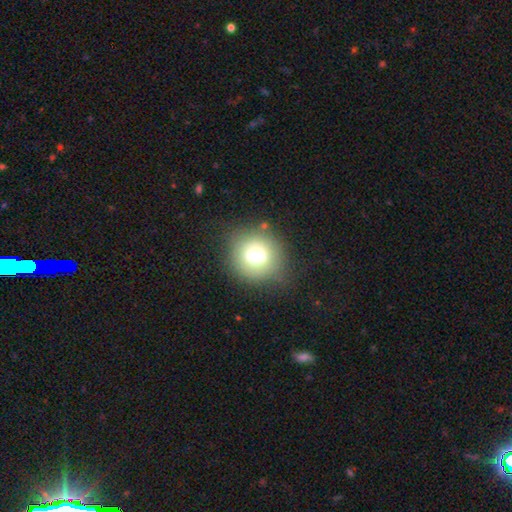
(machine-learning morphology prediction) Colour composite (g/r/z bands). It shows a smooth galaxy with no disk features (65%) that is round (83%). Merging: none (76%).